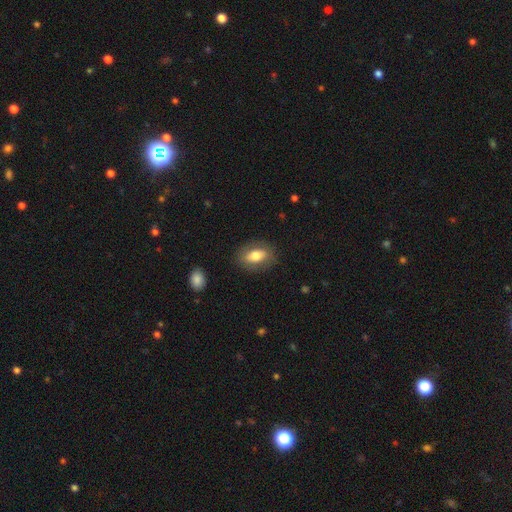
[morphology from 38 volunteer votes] Smooth or featured: smooth — 61% (featured or disk — 39%)
How rounded: in between — 96% (round — 4%)
Merging: none — 82% (minor disturbance — 16%)